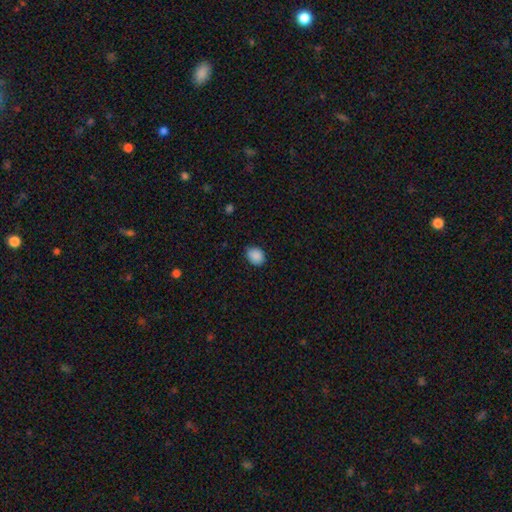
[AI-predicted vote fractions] Smooth or featured? smooth (89%)
How rounded? round (52%)
Merging? none (81%)